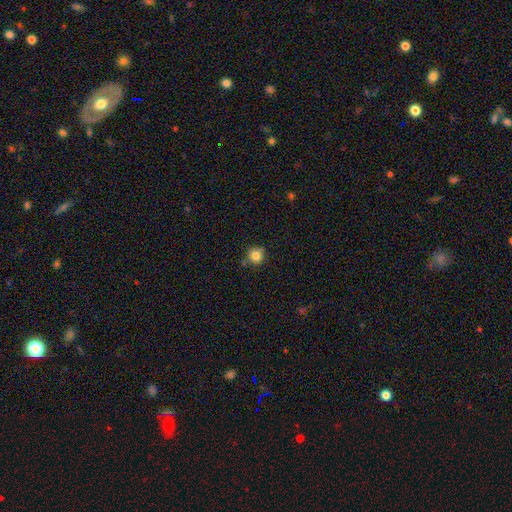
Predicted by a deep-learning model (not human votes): Smooth or featured? smooth (83%)
How rounded? round (93%)
Merging? none (78%)